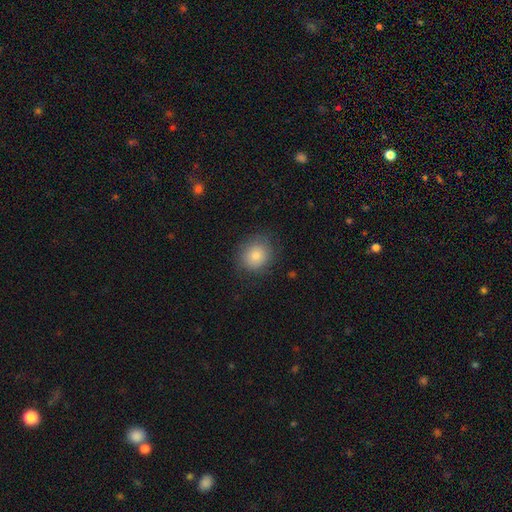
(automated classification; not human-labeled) Q: Smooth or featured?
A: smooth (81%); runner-up: star or artifact (10%)
Q: How rounded?
A: round (82%); runner-up: in between (17%)
Q: Merging?
A: none (83%); runner-up: minor disturbance (12%)